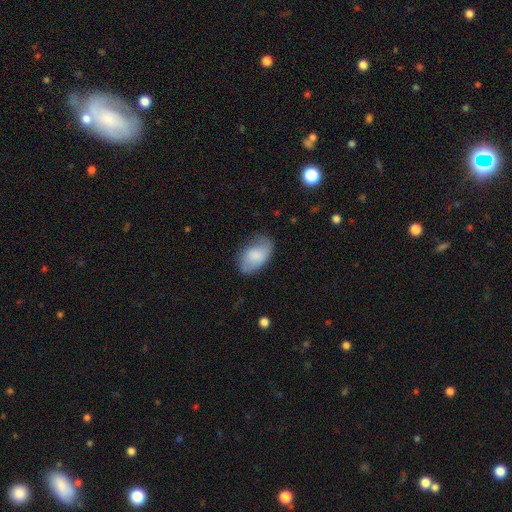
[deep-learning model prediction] The model was most divided on "merging": none: 62%, minor disturbance: 27%, major disturbance: 9%, merger: 2%. More confident: how rounded — in between (93%); smooth or featured — smooth (76%).